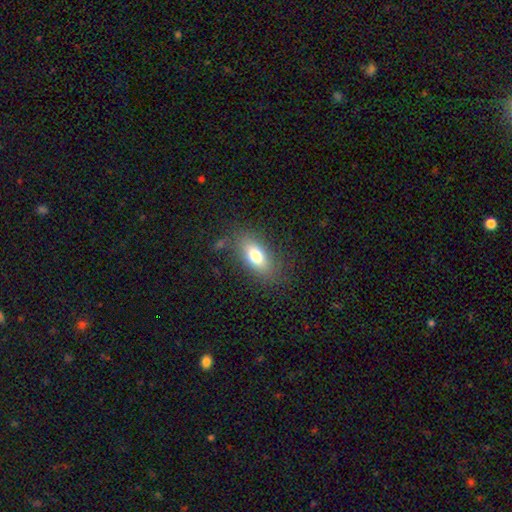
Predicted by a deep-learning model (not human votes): This appears to be a smooth galaxy with no disk features (74%) that is in between round and cigar-shaped (83%). Merging: none (79%).